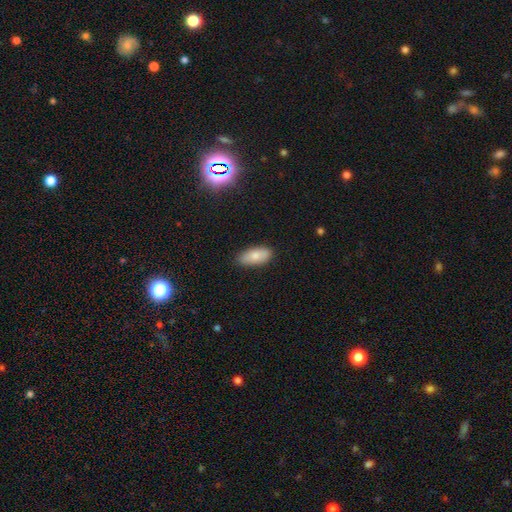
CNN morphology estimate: smooth-or-featured: smooth: 80% | featured or disk: 13% | star or artifact: 7%
  how-rounded: in between: 88% | cigar-shaped: 9% | round: 3%
  merging: none: 84% | minor disturbance: 13% | major disturbance: 2% | merger: 1%